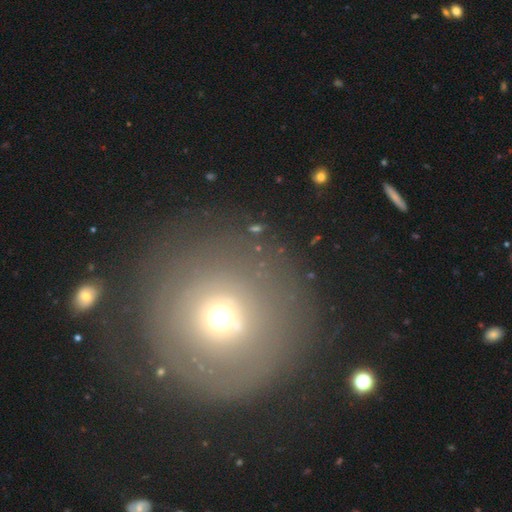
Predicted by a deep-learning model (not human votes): A smooth galaxy with no disk features (56%) that is round (95%). Merging: none (80%).